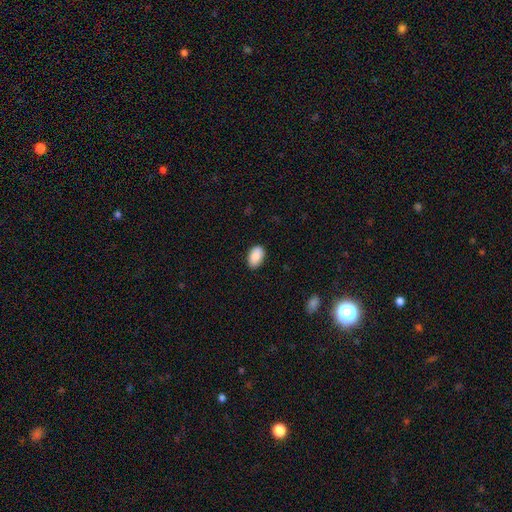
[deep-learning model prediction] smooth_or_featured: smooth (p=0.88) [alt: star or artifact p=0.07]
how_rounded: in between (p=0.92) [alt: round p=0.07]
merging: none (p=0.87) [alt: minor disturbance p=0.10]